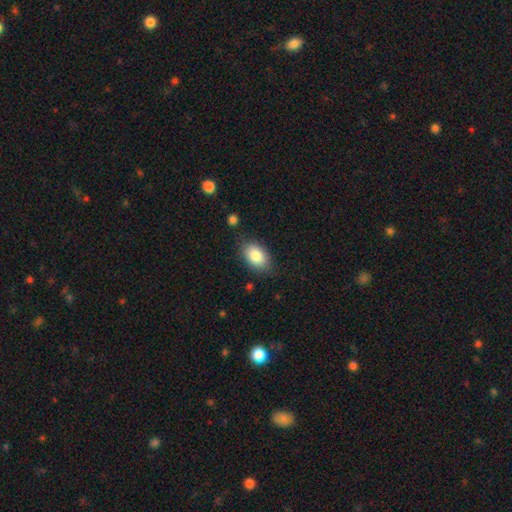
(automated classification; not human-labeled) smooth-or-featured: smooth: 85% | featured or disk: 8% | star or artifact: 7%
  how-rounded: in between: 90% | round: 8% | cigar-shaped: 2%
  merging: none: 79% | minor disturbance: 15% | major disturbance: 4% | merger: 2%